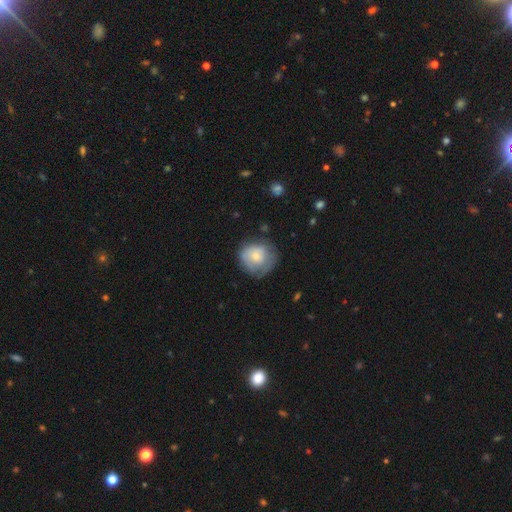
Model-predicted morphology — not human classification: type=smooth (62%); roundness=round (83%); merging=none (59%).